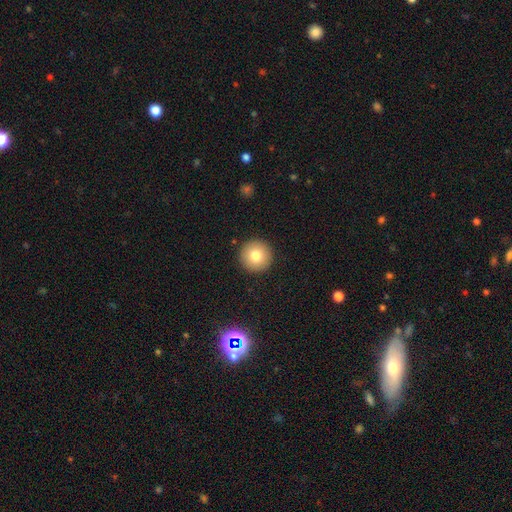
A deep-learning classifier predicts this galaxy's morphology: This is likely a smooth galaxy (78%). How rounded: clearly round (96%). Merging: clearly none (92%).